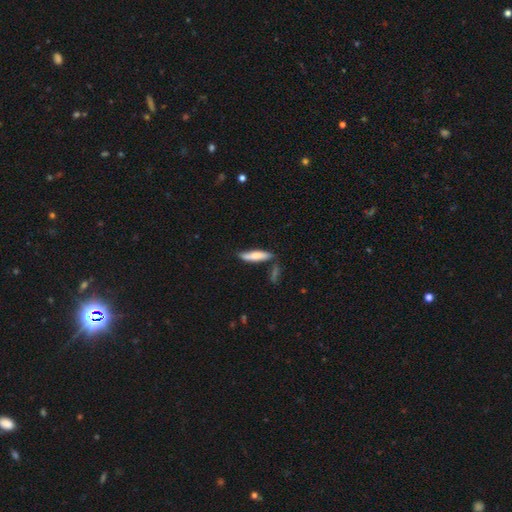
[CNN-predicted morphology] The model was most divided on "smooth or featured": smooth: 69%, featured or disk: 25%, star or artifact: 6%. More confident: how rounded — cigar-shaped (74%); merging — none (67%).